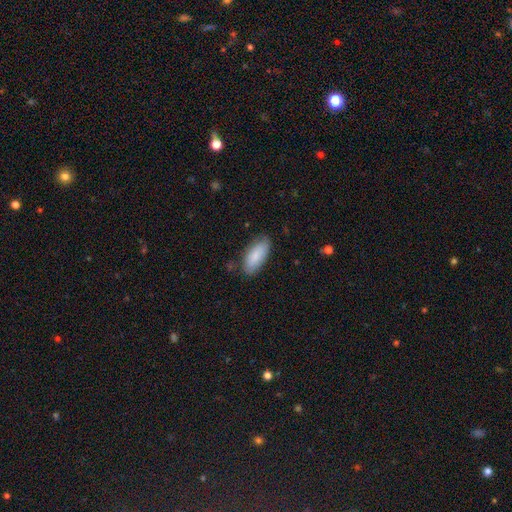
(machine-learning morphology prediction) This appears to be a smooth galaxy with no disk features (86%) that is in between round and cigar-shaped (83%). Merging: none (81%).